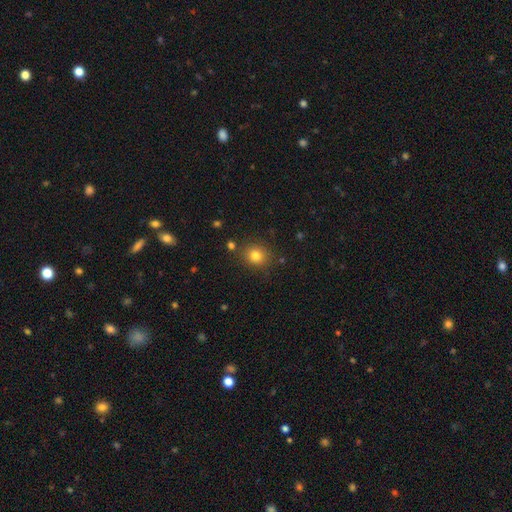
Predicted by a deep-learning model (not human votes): This is clearly a smooth galaxy (80%). How rounded: clearly round (82%). Merging: clearly none (85%).